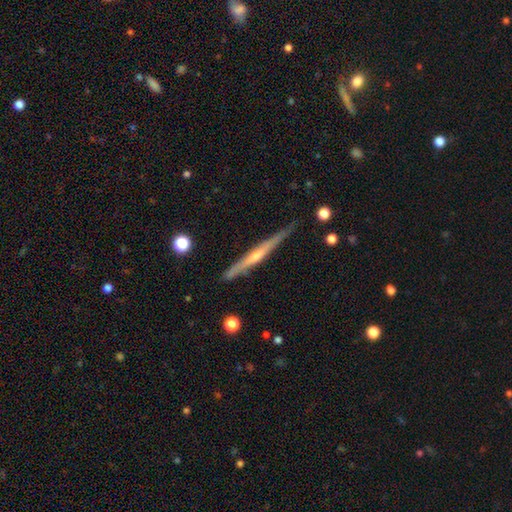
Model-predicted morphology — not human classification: Smooth or featured?
  - featured or disk: 70% *
  - smooth: 25%
  - star or artifact: 6%
Edge-on disk?
  - yes: 97% *
  - no: 3%
Edge-on bulge?
  - rounded: 62% *
  - none: 32%
  - boxy: 6%
Merging?
  - none: 83% *
  - minor disturbance: 13%
  - major disturbance: 2%
  - merger: 2%